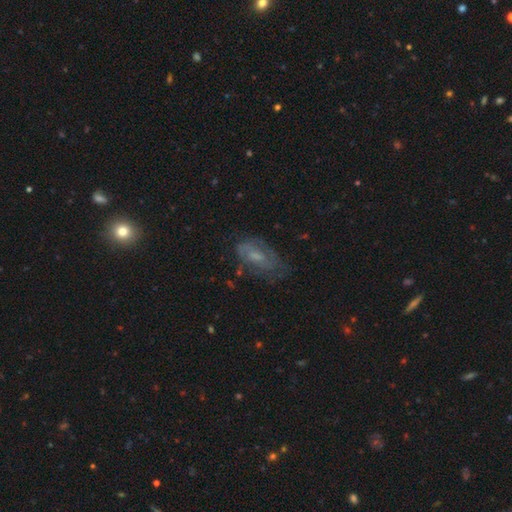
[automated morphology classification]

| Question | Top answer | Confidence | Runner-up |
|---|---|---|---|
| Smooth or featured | featured or disk | 50% | smooth (37%) |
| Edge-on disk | no | 91% | yes (9%) |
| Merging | none | 57% | minor disturbance (26%) |